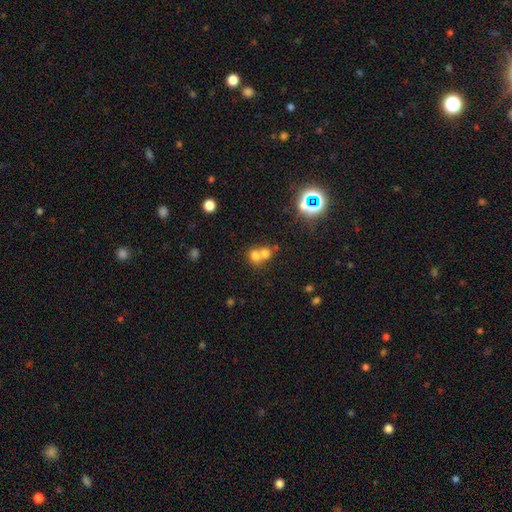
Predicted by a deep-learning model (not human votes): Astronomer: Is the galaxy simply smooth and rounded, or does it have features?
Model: smooth — 69%.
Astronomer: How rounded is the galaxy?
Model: round — 72%.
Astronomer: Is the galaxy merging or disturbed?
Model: merger — 63%.